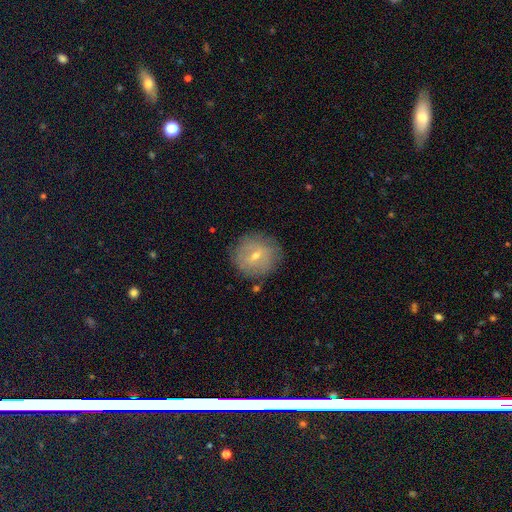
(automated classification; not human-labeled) A featured or disk galaxy (46%). Merging: none (83%).